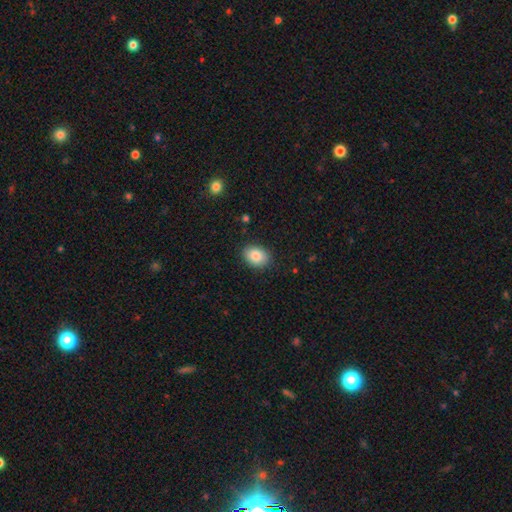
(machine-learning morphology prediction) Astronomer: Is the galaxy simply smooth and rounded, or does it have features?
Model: smooth — 86%.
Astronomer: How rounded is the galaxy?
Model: in between — 70%.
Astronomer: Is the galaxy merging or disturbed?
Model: none — 88%.